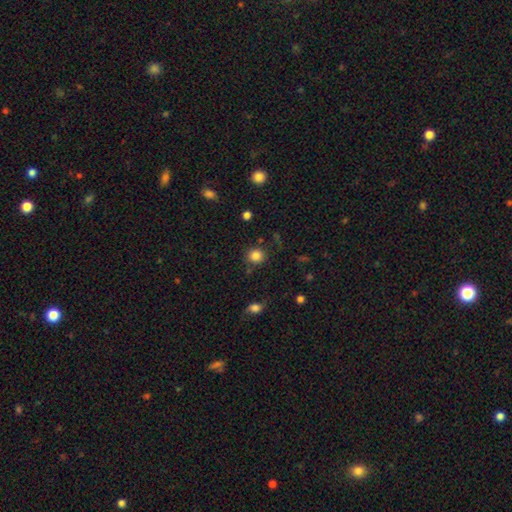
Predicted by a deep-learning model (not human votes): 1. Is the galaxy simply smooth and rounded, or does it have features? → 84% smooth, 11% star or artifact, 5% featured or disk.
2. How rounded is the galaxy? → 87% round, 12% in between, 1% cigar-shaped.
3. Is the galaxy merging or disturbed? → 84% none, 9% minor disturbance, 4% merger, 3% major disturbance.